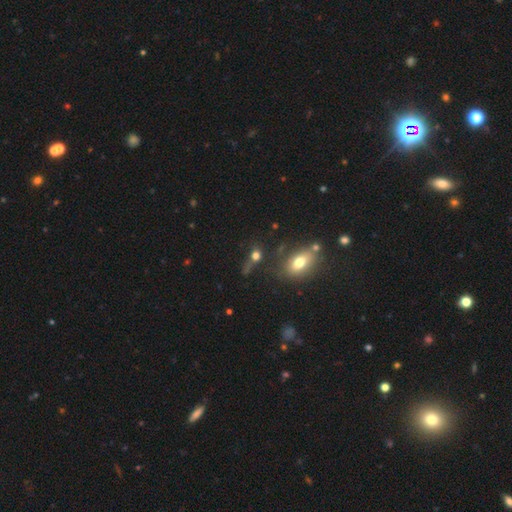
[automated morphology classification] smooth 65%, star or artifact 20%, featured or disk 15%. Down the decision tree: how rounded — round (57%); merging — none (48%).